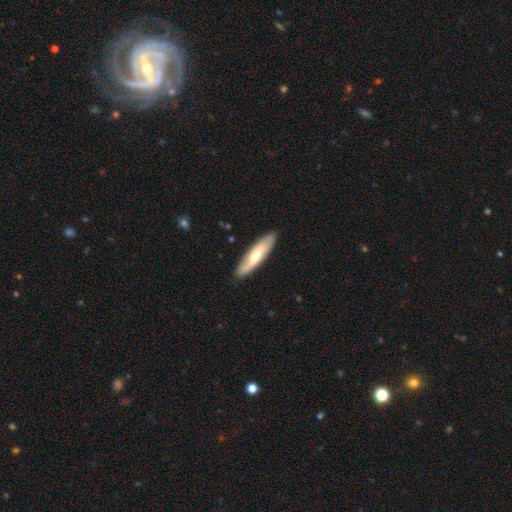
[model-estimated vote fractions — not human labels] Overall: smooth (56%; featured or disk 39%). How rounded: cigar-shaped (71%). Merging: none (87%).